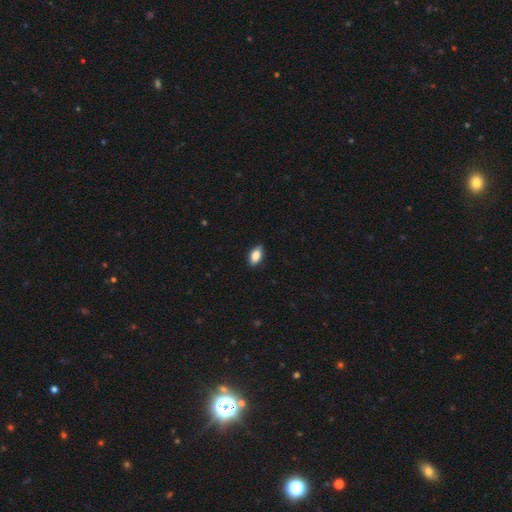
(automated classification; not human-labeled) smooth-or-featured: smooth: 84% | featured or disk: 8% | star or artifact: 7%
  how-rounded: in between: 90% | cigar-shaped: 5% | round: 5%
  merging: none: 87% | minor disturbance: 10% | major disturbance: 2% | merger: 1%